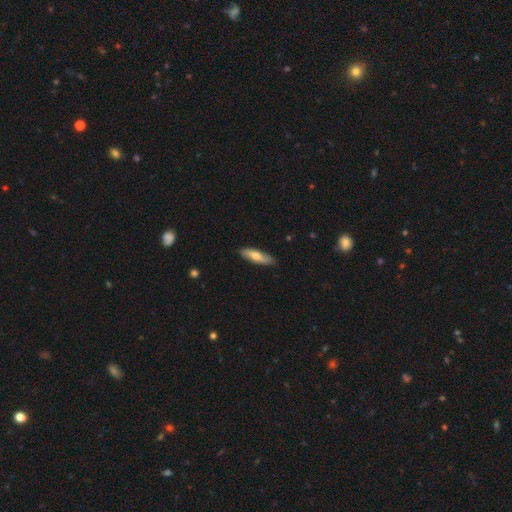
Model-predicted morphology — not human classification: Smooth or featured? smooth (68%)
How rounded? cigar-shaped (60%)
Merging? none (87%)